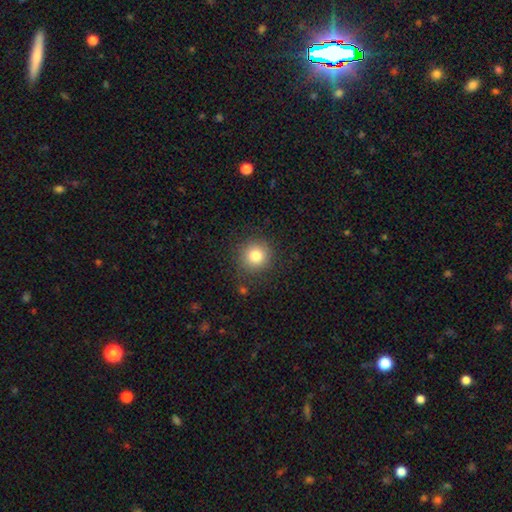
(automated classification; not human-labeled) This is clearly a smooth galaxy (81%). How rounded: clearly round (93%). Merging: clearly none (85%).